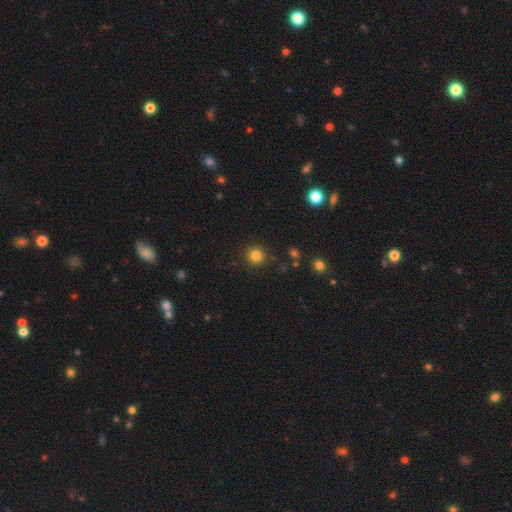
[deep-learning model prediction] Morphology: type=smooth (82%); roundness=round (94%); merging=none (89%).